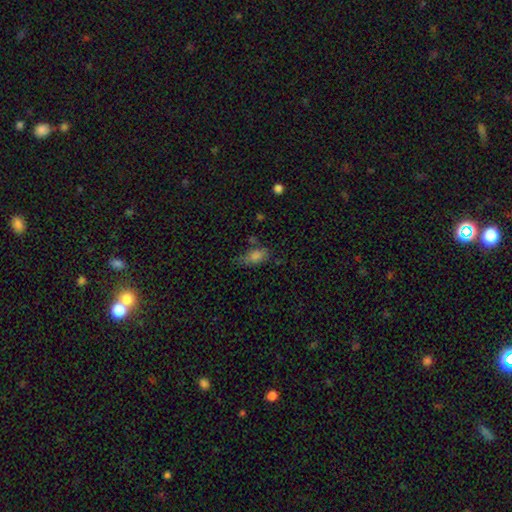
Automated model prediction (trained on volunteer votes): Smooth or featured? Predicted: smooth (p=0.75). How rounded? Predicted: in between (p=0.82). Merging? Predicted: none (p=0.51).